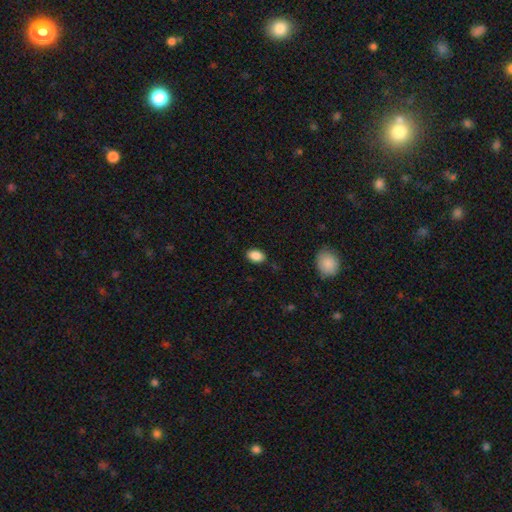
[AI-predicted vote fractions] smooth_or_featured: smooth (p=0.88) [alt: star or artifact p=0.08]
how_rounded: in between (p=0.88) [alt: round p=0.10]
merging: none (p=0.85) [alt: minor disturbance p=0.11]